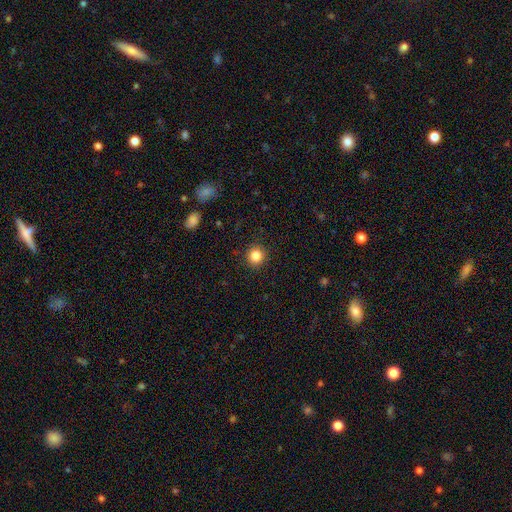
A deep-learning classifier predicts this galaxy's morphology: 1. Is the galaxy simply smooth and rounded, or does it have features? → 85% smooth, 11% star or artifact, 4% featured or disk.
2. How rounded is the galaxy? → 93% round, 6% in between, 1% cigar-shaped.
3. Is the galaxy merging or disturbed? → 92% none, 6% minor disturbance, 2% major disturbance, 1% merger.